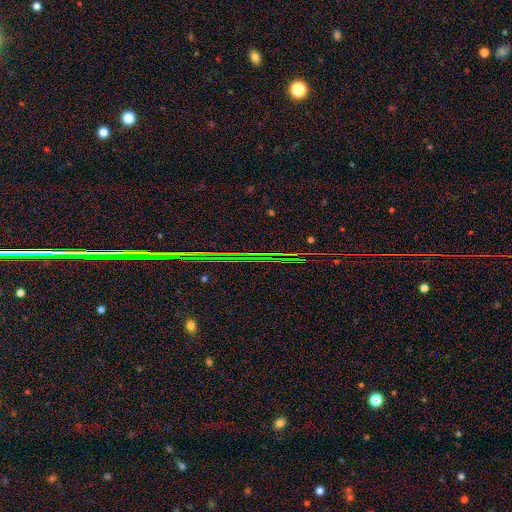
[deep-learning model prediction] Q: Smooth or featured?
A: star or artifact (85%); runner-up: featured or disk (8%)